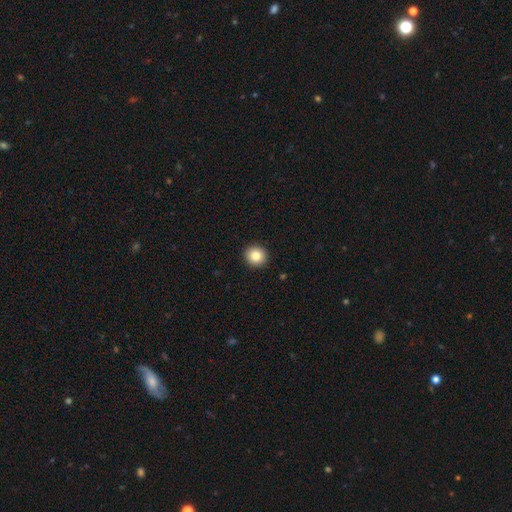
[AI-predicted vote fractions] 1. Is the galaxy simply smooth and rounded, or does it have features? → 84% smooth, 10% star or artifact, 7% featured or disk.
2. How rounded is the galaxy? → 93% round, 6% in between, 1% cigar-shaped.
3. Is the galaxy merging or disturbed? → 93% none, 4% minor disturbance, 1% major disturbance, 1% merger.